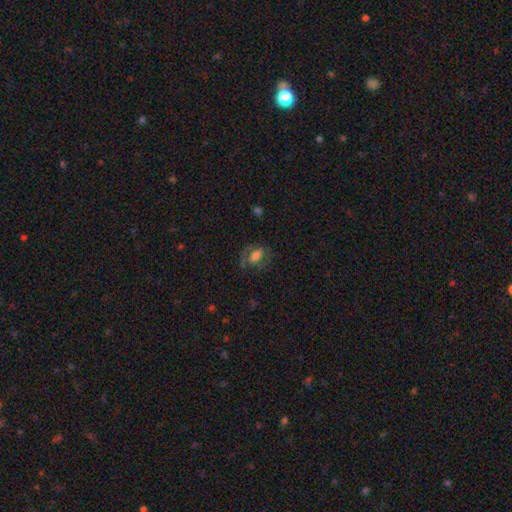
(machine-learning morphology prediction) Smooth or featured?
  - smooth: 47% *
  - featured or disk: 43%
  - star or artifact: 10%
Merging?
  - none: 60% *
  - minor disturbance: 20%
  - major disturbance: 18%
  - merger: 2%